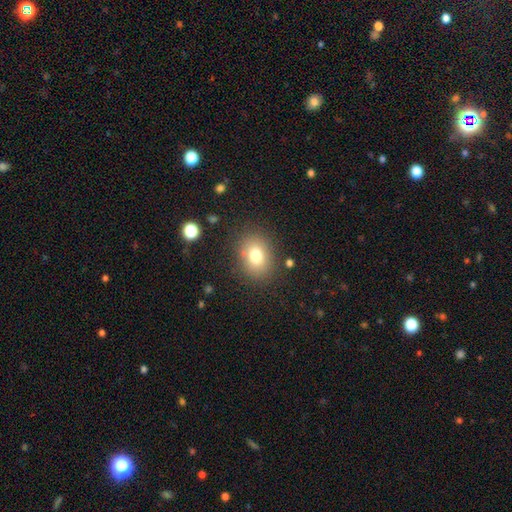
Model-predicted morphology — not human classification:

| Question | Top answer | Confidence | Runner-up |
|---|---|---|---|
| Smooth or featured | smooth | 77% | star or artifact (12%) |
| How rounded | in between | 56% | round (43%) |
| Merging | none | 82% | minor disturbance (11%) |